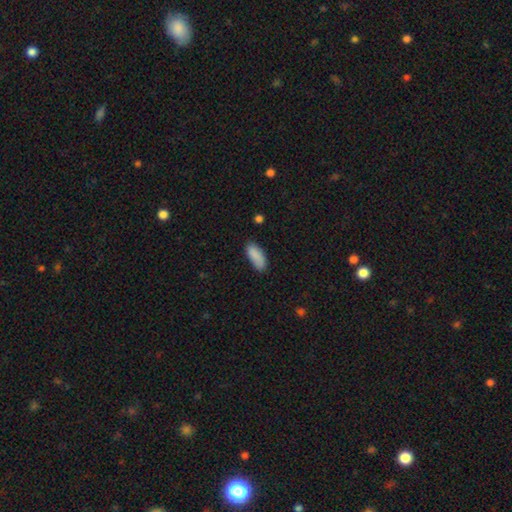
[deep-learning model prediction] smooth-or-featured: smooth: 88% | star or artifact: 7% | featured or disk: 5%
  how-rounded: in between: 83% | cigar-shaped: 15% | round: 2%
  merging: none: 76% | minor disturbance: 19% | major disturbance: 4% | merger: 2%